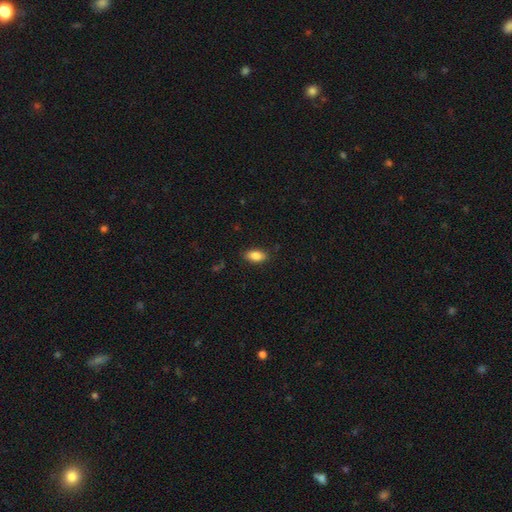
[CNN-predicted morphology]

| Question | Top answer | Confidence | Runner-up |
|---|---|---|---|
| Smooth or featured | smooth | 85% | star or artifact (7%) |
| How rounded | in between | 90% | cigar-shaped (6%) |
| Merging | none | 87% | minor disturbance (10%) |